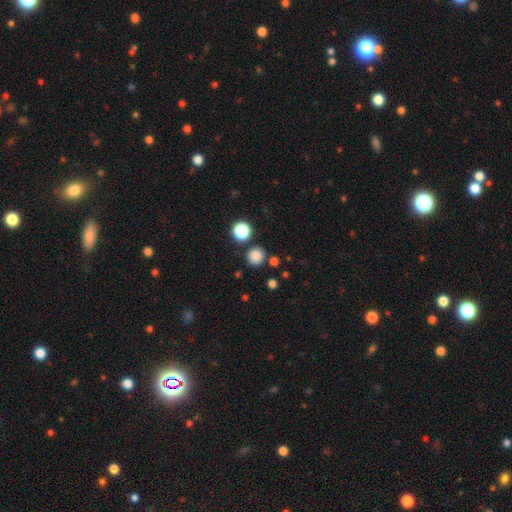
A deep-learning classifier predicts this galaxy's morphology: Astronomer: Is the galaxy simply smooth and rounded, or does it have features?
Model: smooth — 81%.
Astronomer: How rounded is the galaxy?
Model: round — 91%.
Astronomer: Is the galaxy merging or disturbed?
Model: none — 83%.